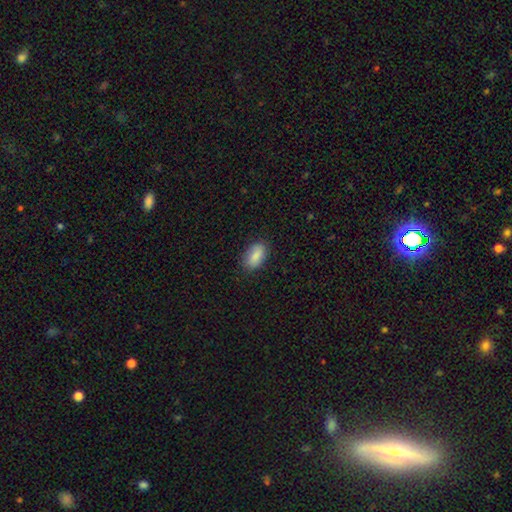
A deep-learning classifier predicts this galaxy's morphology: A smooth galaxy with no disk features (86%) that is in between round and cigar-shaped (91%).

Vote fractions:
- Smooth or featured? smooth: 86% / featured or disk: 7% / star or artifact: 7%
- How rounded? in between: 91% / round: 5% / cigar-shaped: 4%
- Merging? none: 84% / minor disturbance: 13% / major disturbance: 3% / merger: 1%